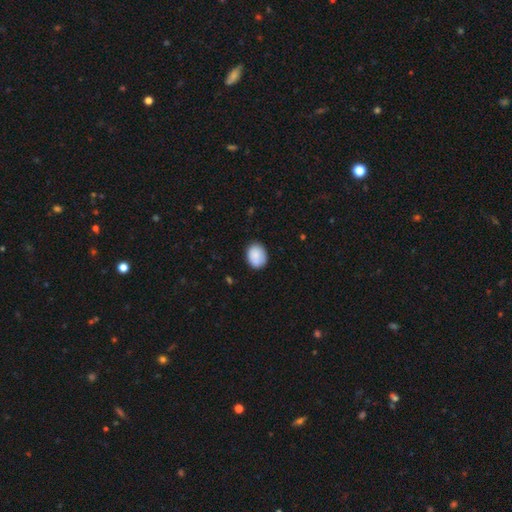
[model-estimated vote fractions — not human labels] This is clearly a smooth galaxy (87%). How rounded: likely in between (61%). Merging: clearly none (81%).